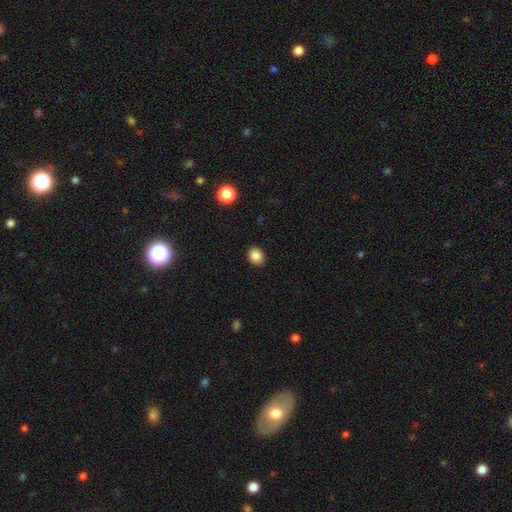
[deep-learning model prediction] The model was most divided on "how rounded": round: 52%, in between: 47%, cigar-shaped: 1%. More confident: merging — none (90%); smooth or featured — smooth (87%).